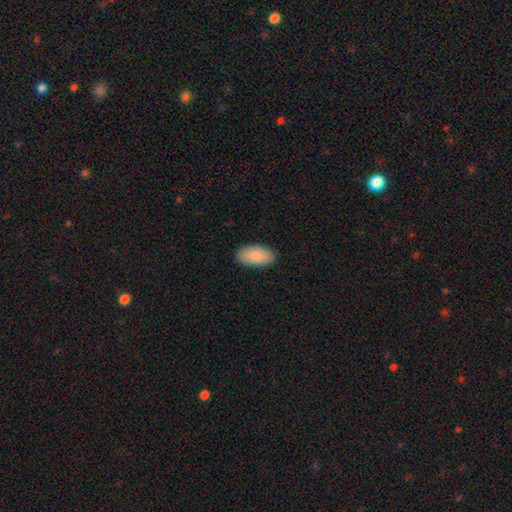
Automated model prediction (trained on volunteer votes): Smooth or featured?
  - smooth: 88% *
  - featured or disk: 6%
  - star or artifact: 6%
How rounded?
  - in between: 95% *
  - cigar-shaped: 3%
  - round: 2%
Merging?
  - none: 88% *
  - minor disturbance: 9%
  - major disturbance: 2%
  - merger: 1%